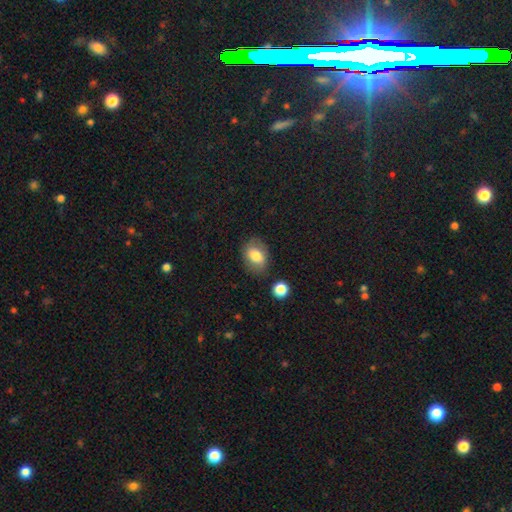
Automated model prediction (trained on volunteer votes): Overall: smooth (77%). How rounded: in between (77%). Merging: none (78%).